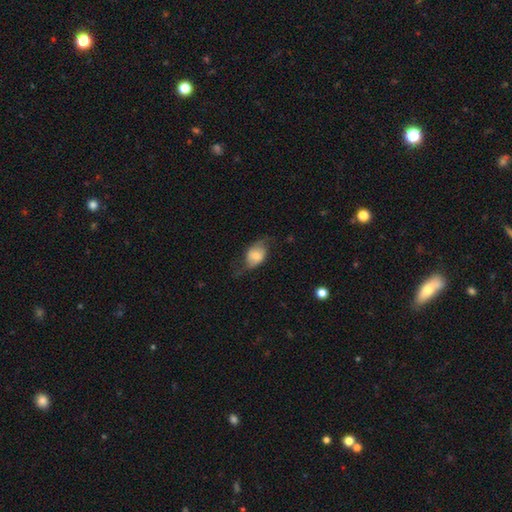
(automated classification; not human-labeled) smooth 54%, featured or disk 39%, star or artifact 7%. Down the decision tree: how rounded — in between (77%); merging — none (53%).